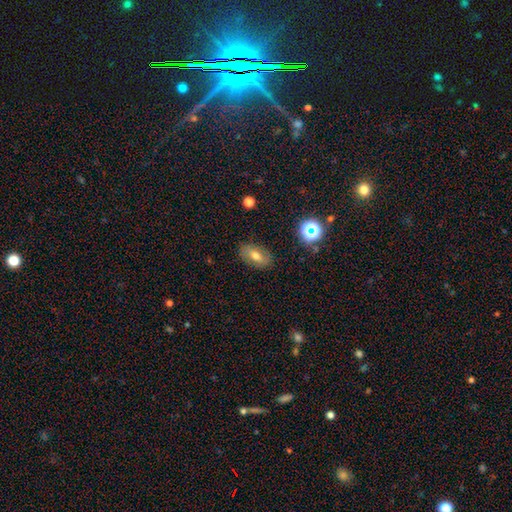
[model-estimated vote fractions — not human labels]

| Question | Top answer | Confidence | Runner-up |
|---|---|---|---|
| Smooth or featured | smooth | 65% | featured or disk (23%) |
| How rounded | in between | 87% | round (10%) |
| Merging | none | 84% | minor disturbance (11%) |